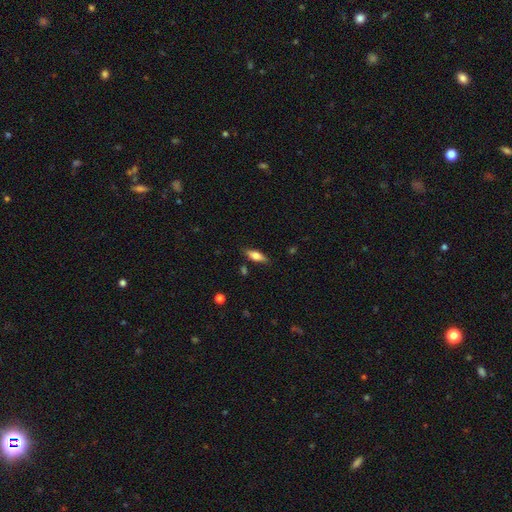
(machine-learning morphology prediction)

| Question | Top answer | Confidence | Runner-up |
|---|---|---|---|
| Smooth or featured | smooth | 69% | featured or disk (24%) |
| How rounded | in between | 65% | cigar-shaped (32%) |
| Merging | none | 82% | minor disturbance (13%) |